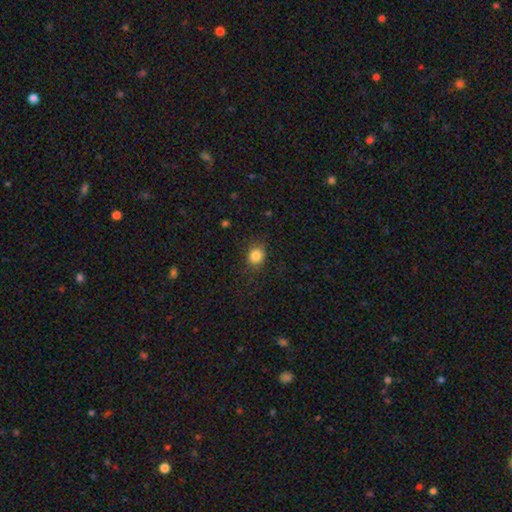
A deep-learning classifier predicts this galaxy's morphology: Q: Smooth or featured?
A: smooth (84%); runner-up: star or artifact (11%)
Q: How rounded?
A: round (68%); runner-up: in between (31%)
Q: Merging?
A: none (82%); runner-up: minor disturbance (13%)